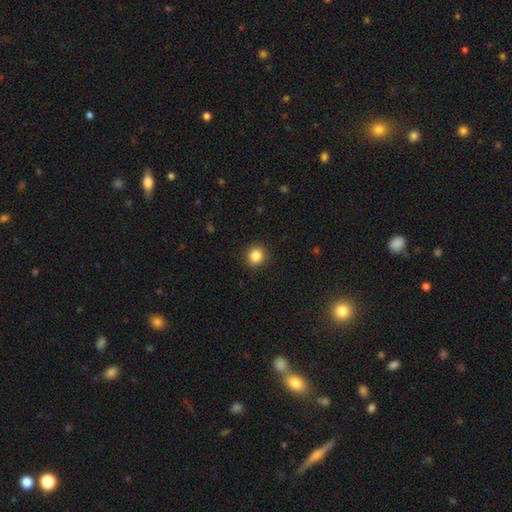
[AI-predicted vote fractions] This appears to be a smooth galaxy with no disk features (85%) that is round (91%). Merging: none (91%).